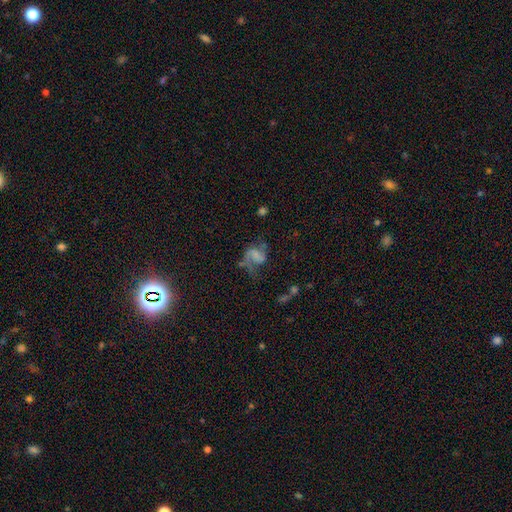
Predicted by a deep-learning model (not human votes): Smooth or featured? Predicted: featured or disk (p=0.67). Edge-on disk? Predicted: no (p=0.98). Bar? Predicted: weak (p=0.44). Spiral arms? Predicted: yes (p=0.86). Spiral winding? Predicted: loose (p=0.51). Spiral arm count? Predicted: 2 (p=0.81). Bulge size? Predicted: none (p=0.49). Merging? Predicted: none (p=0.40).